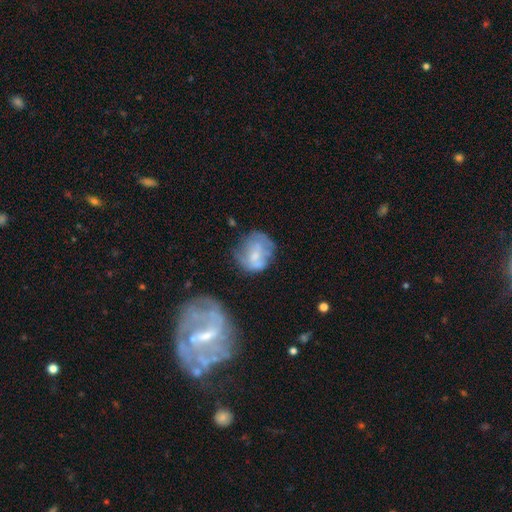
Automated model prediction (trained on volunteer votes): smooth_or_featured: smooth (p=0.49) [alt: featured or disk p=0.42]
merging: none (p=0.47) [alt: minor disturbance p=0.27]